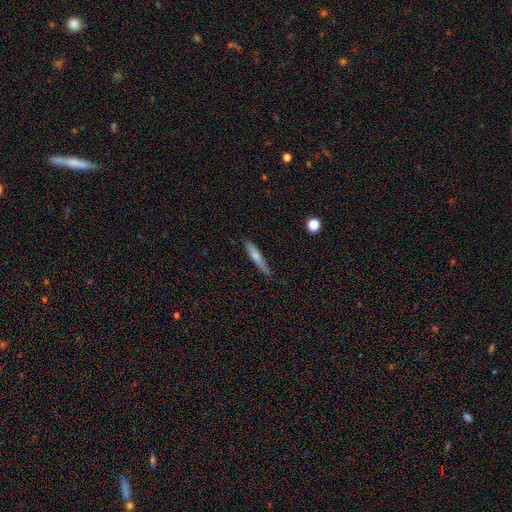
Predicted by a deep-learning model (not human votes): A smooth galaxy with no disk features (65%) that is cigar-shaped (90%). Merging: none (81%).